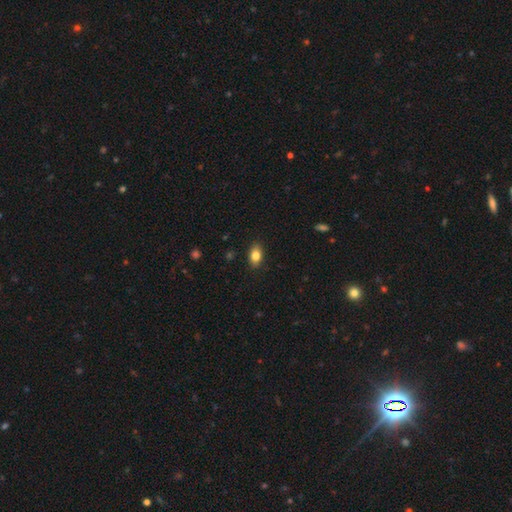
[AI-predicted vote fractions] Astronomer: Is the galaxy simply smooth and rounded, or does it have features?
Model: smooth — 83%.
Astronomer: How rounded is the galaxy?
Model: in between — 87%.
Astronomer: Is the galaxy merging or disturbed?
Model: none — 88%.